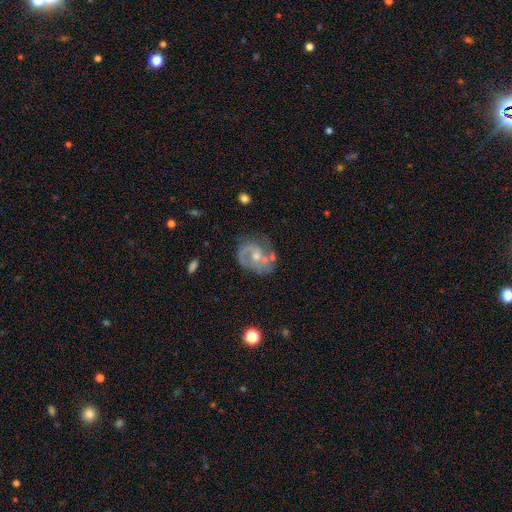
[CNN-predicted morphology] Smooth or featured?
  - featured or disk: 77% *
  - smooth: 15%
  - star or artifact: 8%
Edge-on disk?
  - no: 97% *
  - yes: 3%
Bar?
  - no: 63% *
  - weak: 31%
  - strong: 6%
Spiral arms?
  - yes: 85% *
  - no: 15%
Spiral winding?
  - medium: 45% *
  - tight: 34%
  - loose: 20%
Spiral arm count?
  - 2: 60% *
  - 1: 17%
  - can't tell: 16%
  - 3: 4%
  - 4: 2%
  - more than 4: 2%
Bulge size?
  - moderate: 53% *
  - small: 41%
  - none: 3%
  - large: 2%
  - dominant: 1%
Merging?
  - none: 55% *
  - minor disturbance: 22%
  - major disturbance: 14%
  - merger: 10%